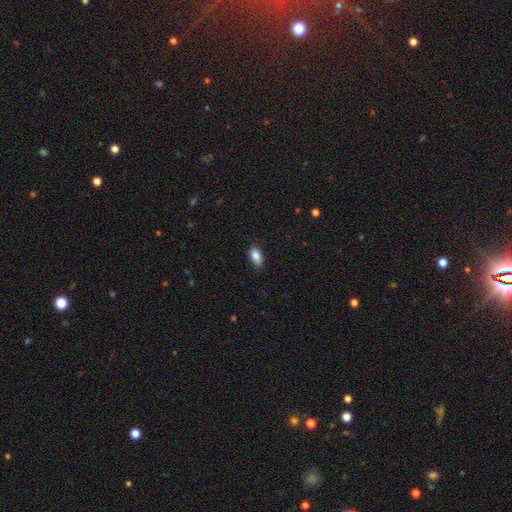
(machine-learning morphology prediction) type=smooth (87%); roundness=in between (91%); merging=none (82%).